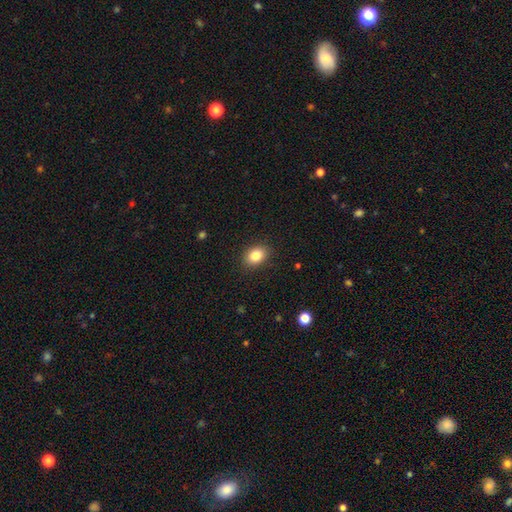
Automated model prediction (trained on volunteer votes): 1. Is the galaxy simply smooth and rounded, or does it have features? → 84% smooth, 9% star or artifact, 7% featured or disk.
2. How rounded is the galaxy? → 67% in between, 32% round, 1% cigar-shaped.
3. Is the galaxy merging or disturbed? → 88% none, 9% minor disturbance, 2% major disturbance, 1% merger.